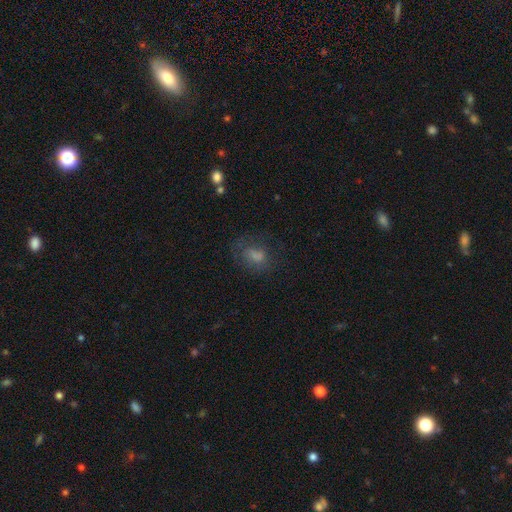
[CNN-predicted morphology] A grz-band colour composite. It shows a smooth galaxy with no disk features (60%) that is in between round and cigar-shaped (66%). Merging: none (62%).